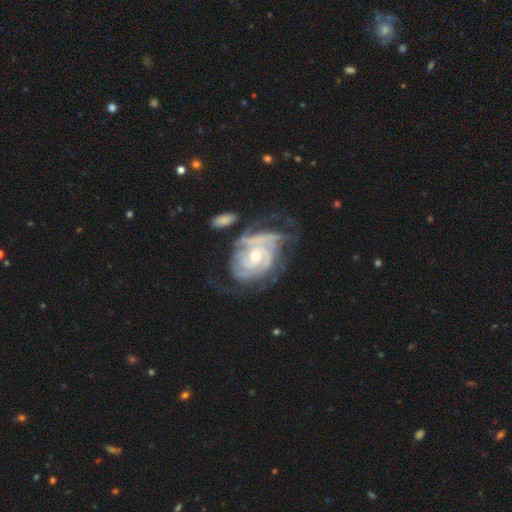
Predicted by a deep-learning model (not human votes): The model was most divided on "spiral arm count": can't tell: 27%, 3: 26%, 2: 20%, 4: 15%, more than 4: 6%, 1: 5%. More confident: edge-on disk — no (97%); spiral arms — yes (97%); smooth or featured — featured or disk (90%); spiral winding — tight (74%); bar — no (70%); merging — none (52%); bulge size — moderate (50%).